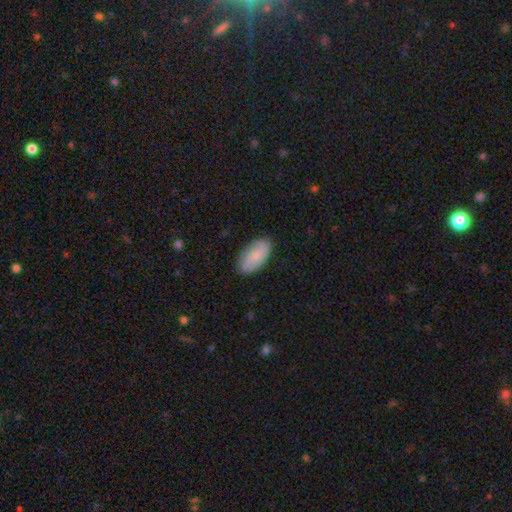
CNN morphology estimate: This appears to be a smooth galaxy with no disk features (66%) that is in between round and cigar-shaped (93%). Merging: none (84%).